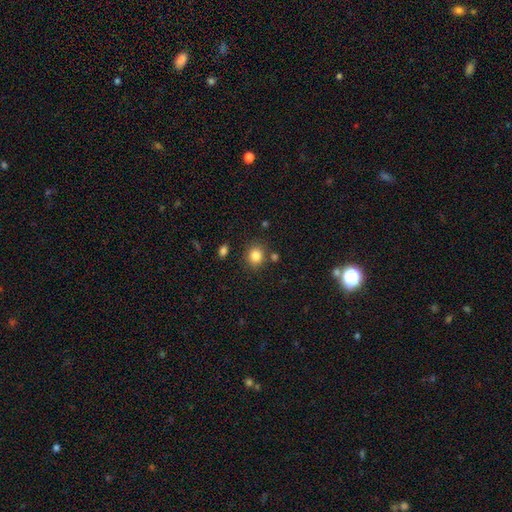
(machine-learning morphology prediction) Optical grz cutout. It shows a smooth galaxy with no disk features (83%) that is round (75%). Merging: none (81%).